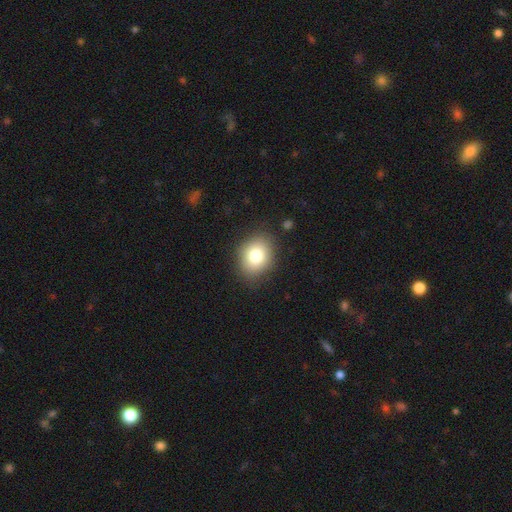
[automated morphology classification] smooth-or-featured: smooth: 80% | star or artifact: 10% | featured or disk: 10%
  how-rounded: round: 52% | in between: 47% | cigar-shaped: 1%
  merging: none: 85% | minor disturbance: 11% | major disturbance: 3% | merger: 1%